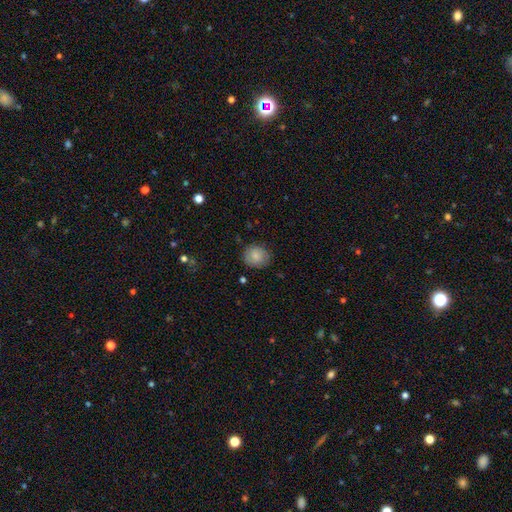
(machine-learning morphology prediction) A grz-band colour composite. It shows a smooth galaxy with no disk features (78%) that is round (78%). Merging: none (82%).